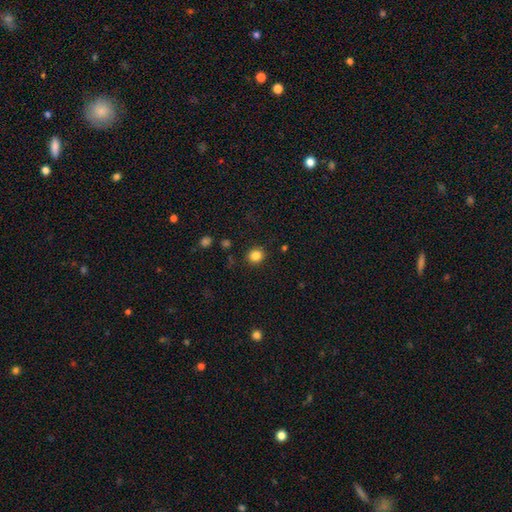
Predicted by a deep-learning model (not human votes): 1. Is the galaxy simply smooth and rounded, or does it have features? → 84% smooth, 11% star or artifact, 5% featured or disk.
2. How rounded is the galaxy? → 85% round, 14% in between, 1% cigar-shaped.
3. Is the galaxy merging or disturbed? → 90% none, 7% minor disturbance, 2% major disturbance, 1% merger.